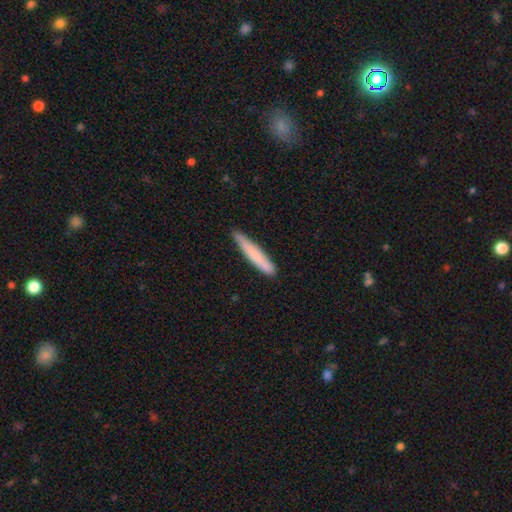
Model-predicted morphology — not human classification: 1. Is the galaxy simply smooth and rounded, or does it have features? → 76% smooth, 18% featured or disk, 6% star or artifact.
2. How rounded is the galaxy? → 94% cigar-shaped, 5% in between, 1% round.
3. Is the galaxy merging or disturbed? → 82% none, 15% minor disturbance, 2% major disturbance, 1% merger.